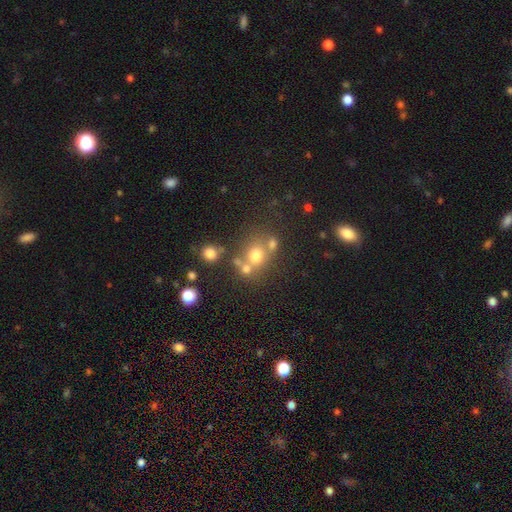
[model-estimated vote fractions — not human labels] This appears to be a smooth galaxy with no disk features (67%) that is round (78%). Merging: none (54%).